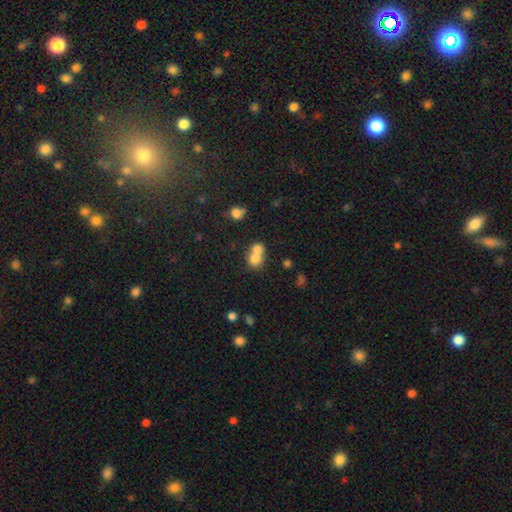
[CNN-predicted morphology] The model was most divided on "merging": merger: 65%, none: 27%, minor disturbance: 5%, major disturbance: 3%. More confident: smooth or featured — smooth (75%); how rounded — round (71%).